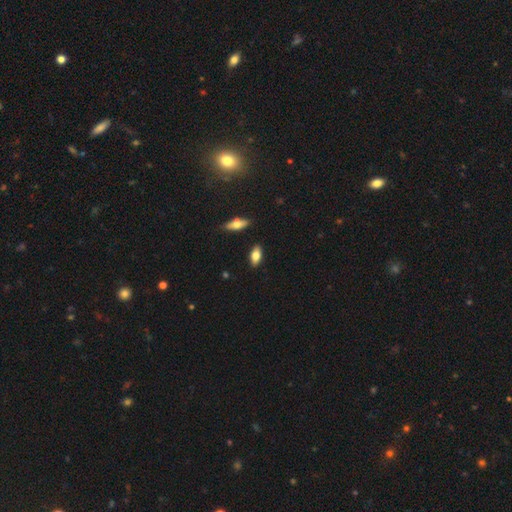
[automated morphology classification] smooth-or-featured: smooth: 75% | featured or disk: 18% | star or artifact: 7%
  how-rounded: in between: 87% | cigar-shaped: 10% | round: 4%
  merging: none: 86% | minor disturbance: 10% | merger: 2% | major disturbance: 2%